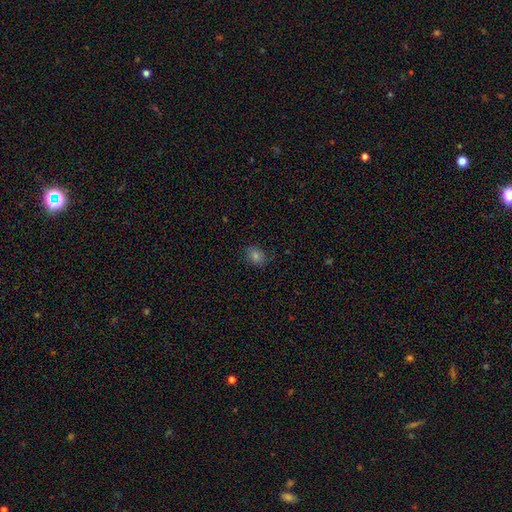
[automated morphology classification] Smooth or featured? smooth (69%)
How rounded? round (50%)
Merging? none (80%)